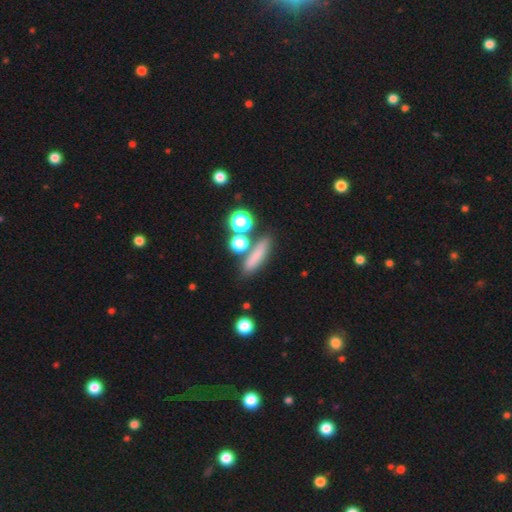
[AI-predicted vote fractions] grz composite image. It shows a smooth galaxy with no disk features (73%) that is cigar-shaped (65%). Merging: none (69%).